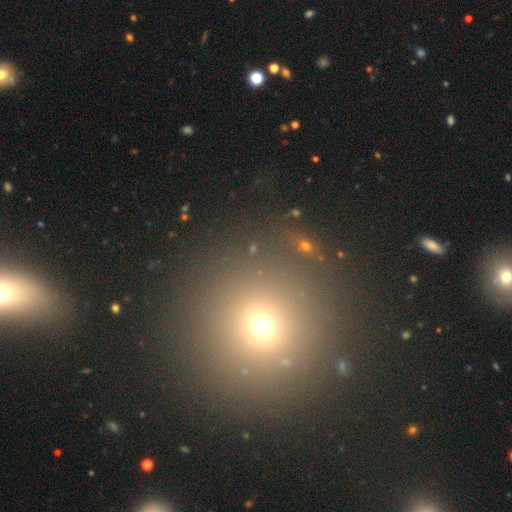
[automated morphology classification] A smooth galaxy with no disk features (60%) that is round (94%).

Vote fractions:
- Smooth or featured? smooth: 60% / star or artifact: 32% / featured or disk: 8%
- How rounded? round: 94% / in between: 5% / cigar-shaped: 1%
- Merging? none: 88% / minor disturbance: 5% / merger: 3% / major disturbance: 3%